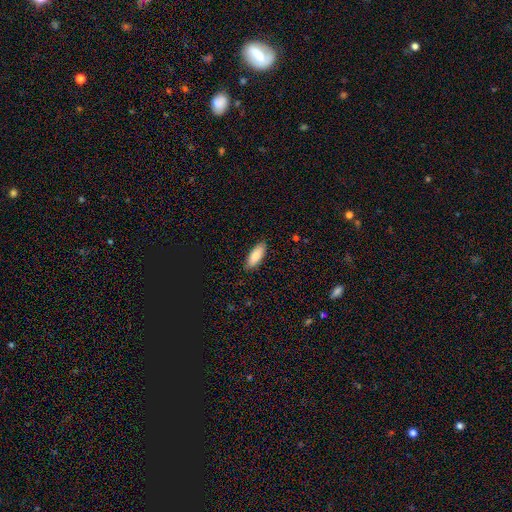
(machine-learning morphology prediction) Smooth or featured?
  - smooth: 83% *
  - featured or disk: 11%
  - star or artifact: 6%
How rounded?
  - in between: 75% *
  - cigar-shaped: 24%
  - round: 2%
Merging?
  - none: 88% *
  - minor disturbance: 10%
  - major disturbance: 2%
  - merger: 1%